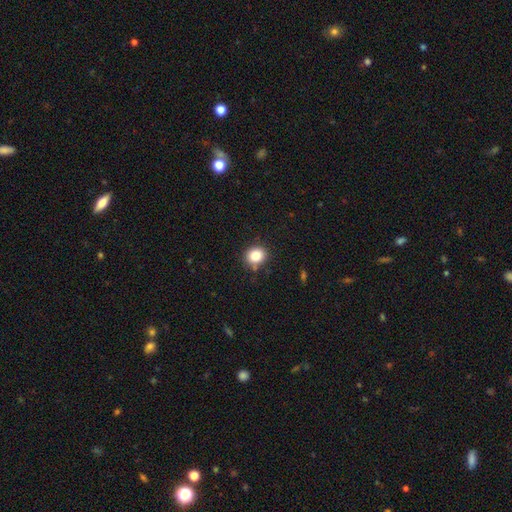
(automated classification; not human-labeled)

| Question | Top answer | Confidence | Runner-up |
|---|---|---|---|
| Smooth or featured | smooth | 83% | star or artifact (11%) |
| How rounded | round | 79% | in between (20%) |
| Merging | none | 83% | minor disturbance (11%) |